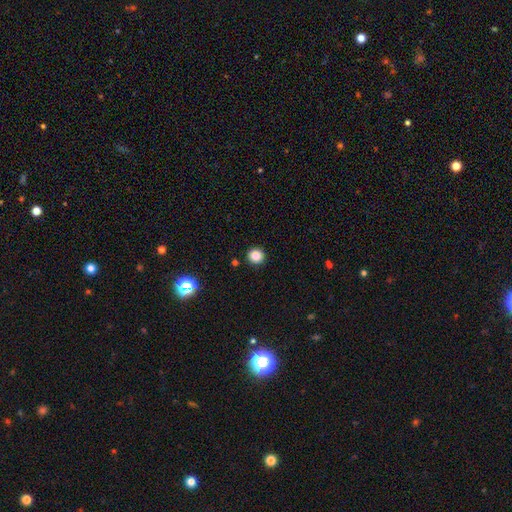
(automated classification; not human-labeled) A smooth galaxy with no disk features (83%) that is round (94%). Merging: none (92%).